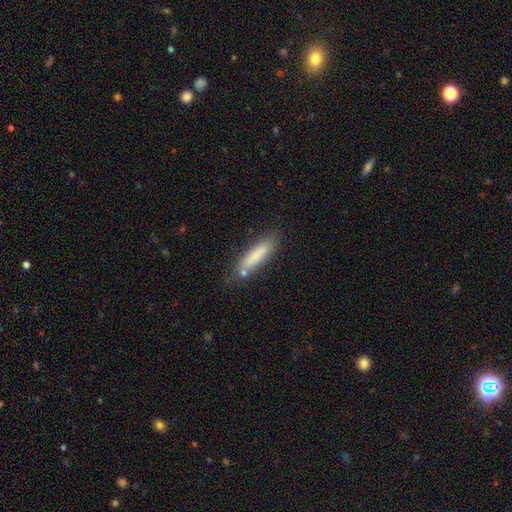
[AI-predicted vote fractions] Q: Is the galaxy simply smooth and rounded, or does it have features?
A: smooth — 80%.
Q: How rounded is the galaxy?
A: cigar-shaped — 78%.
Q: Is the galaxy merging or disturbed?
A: none — 74%.